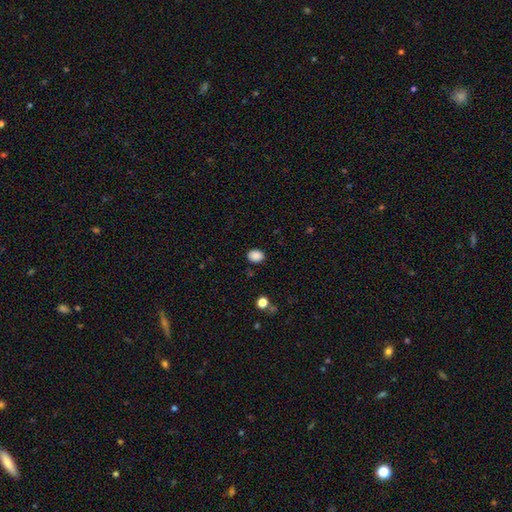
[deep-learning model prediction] Overall: smooth (88%). How rounded: in between (61%; round 38%). Merging: none (87%).